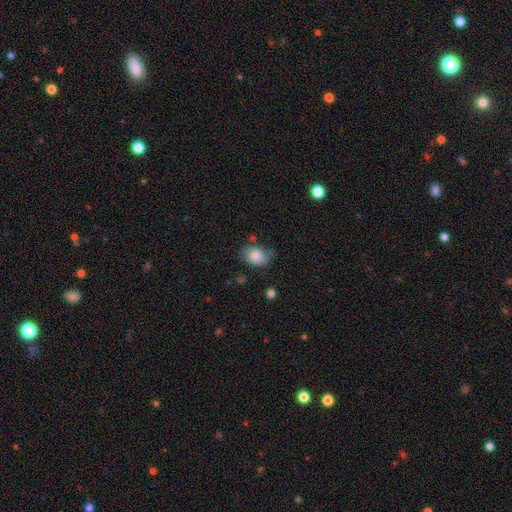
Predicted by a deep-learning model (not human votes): smooth-or-featured: smooth: 77% | featured or disk: 15% | star or artifact: 8%
  how-rounded: in between: 76% | round: 23% | cigar-shaped: 1%
  merging: none: 60% | minor disturbance: 29% | major disturbance: 8% | merger: 4%